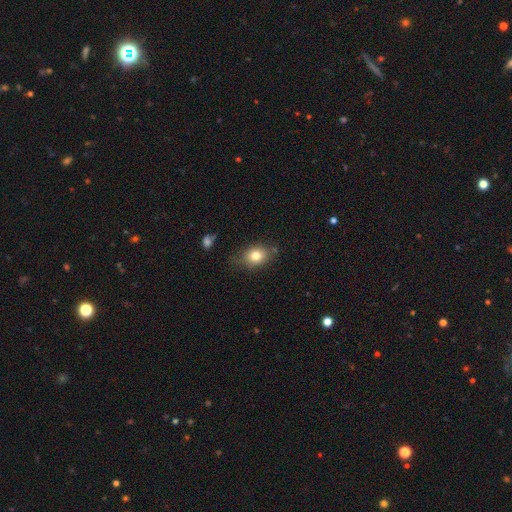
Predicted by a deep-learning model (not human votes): This is likely a smooth galaxy (80%). How rounded: possibly in between (60%). Merging: likely none (70%).